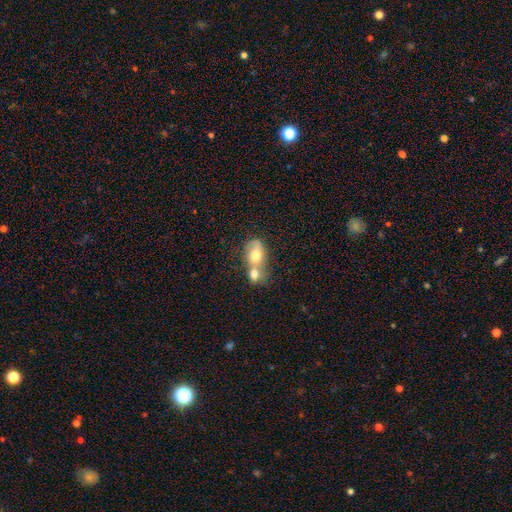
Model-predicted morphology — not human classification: This is likely a smooth galaxy (68%). How rounded: likely in between (61%). Merging: likely merger (72%).